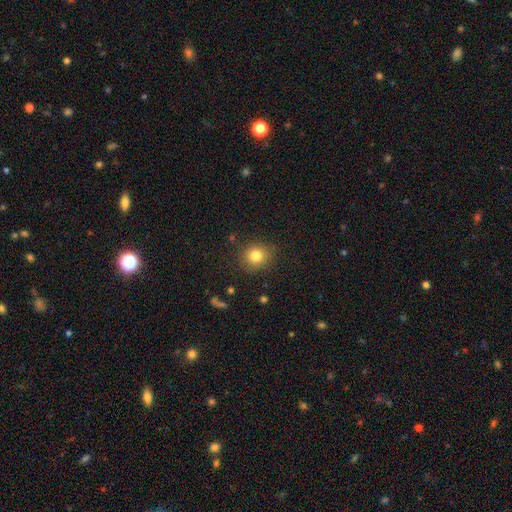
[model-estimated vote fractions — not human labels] Morphology: type=smooth (81%); roundness=round (82%); merging=none (87%).